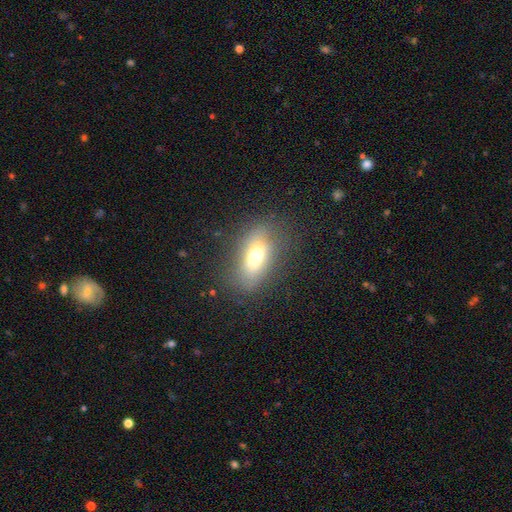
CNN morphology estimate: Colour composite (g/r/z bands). It shows a smooth galaxy with no disk features (64%) that is in between round and cigar-shaped (79%). Merging: none (77%).